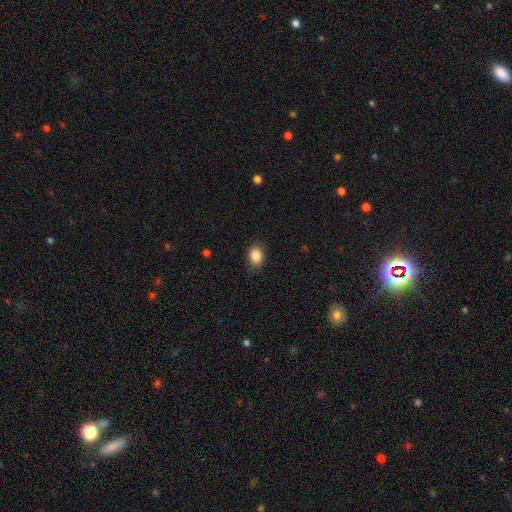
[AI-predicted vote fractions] Overall: smooth (88%). How rounded: in between (77%). Merging: none (84%).